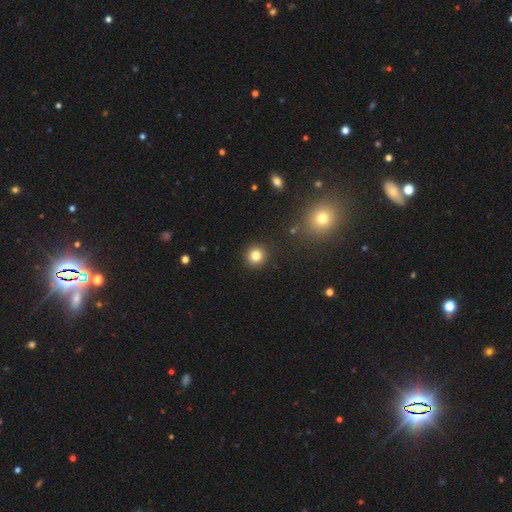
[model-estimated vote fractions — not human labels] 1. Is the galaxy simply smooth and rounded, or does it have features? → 82% smooth, 12% star or artifact, 6% featured or disk.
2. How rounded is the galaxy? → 94% round, 5% in between, 1% cigar-shaped.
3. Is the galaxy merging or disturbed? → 92% none, 5% minor disturbance, 2% major disturbance, 1% merger.